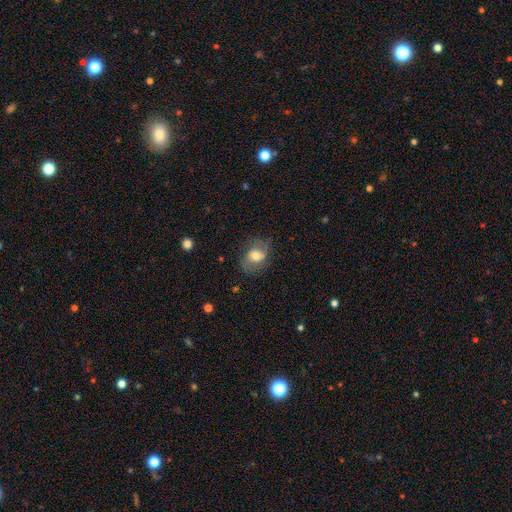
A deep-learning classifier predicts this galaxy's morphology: This appears to be a smooth galaxy with no disk features (50%) that is in between round and cigar-shaped (61%). Merging: none (67%).